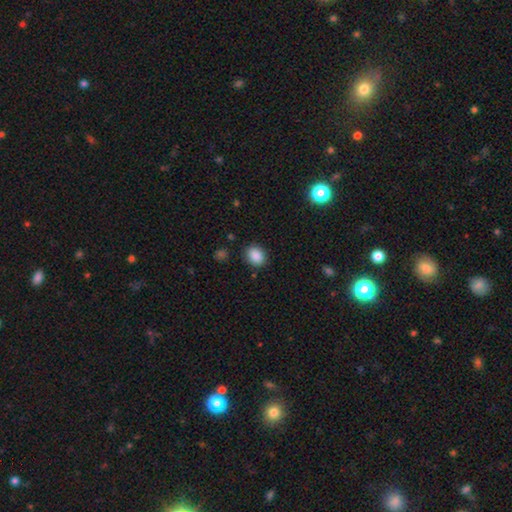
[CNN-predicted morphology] Smooth or featured? Predicted: smooth (p=0.88). How rounded? Predicted: in between (p=0.50). Merging? Predicted: none (p=0.85).